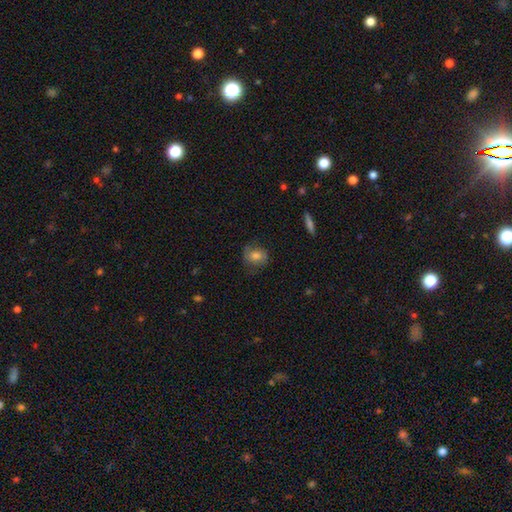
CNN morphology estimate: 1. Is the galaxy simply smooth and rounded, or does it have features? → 66% smooth, 25% featured or disk, 9% star or artifact.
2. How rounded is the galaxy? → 56% round, 42% in between, 1% cigar-shaped.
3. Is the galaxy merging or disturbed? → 68% none, 22% minor disturbance, 9% major disturbance, 1% merger.